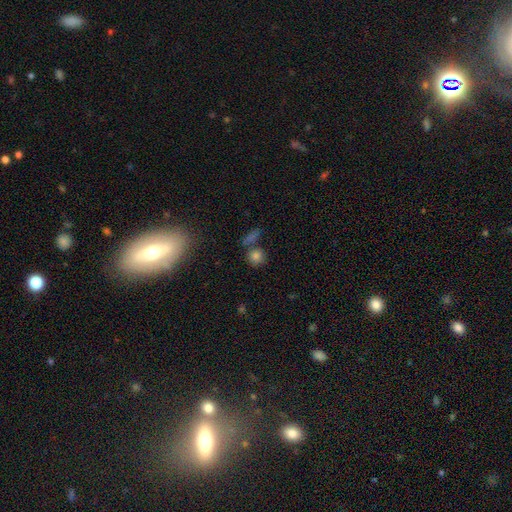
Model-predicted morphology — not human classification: type=smooth (80%); roundness=round (85%); merging=none (65%).